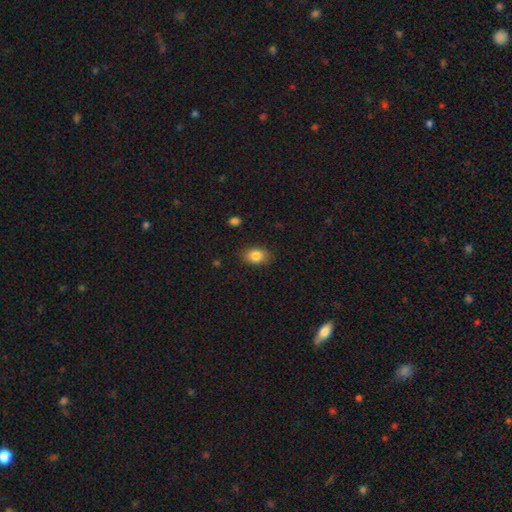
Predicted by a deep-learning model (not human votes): Smooth or featured?
  - smooth: 85% *
  - star or artifact: 8%
  - featured or disk: 7%
How rounded?
  - in between: 80% *
  - round: 18%
  - cigar-shaped: 1%
Merging?
  - none: 84% *
  - minor disturbance: 12%
  - major disturbance: 3%
  - merger: 1%